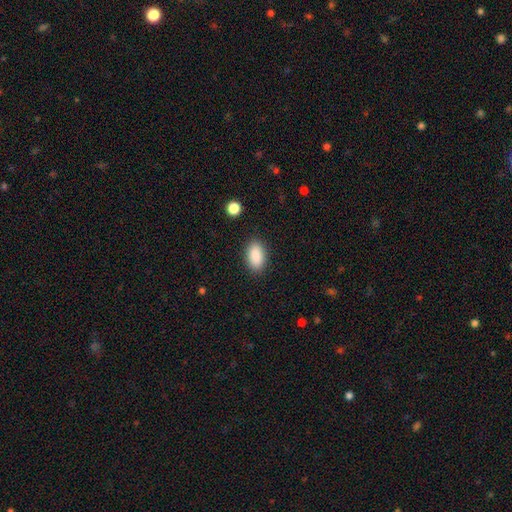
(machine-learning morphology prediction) Smooth or featured? smooth (90%)
How rounded? in between (93%)
Merging? none (88%)